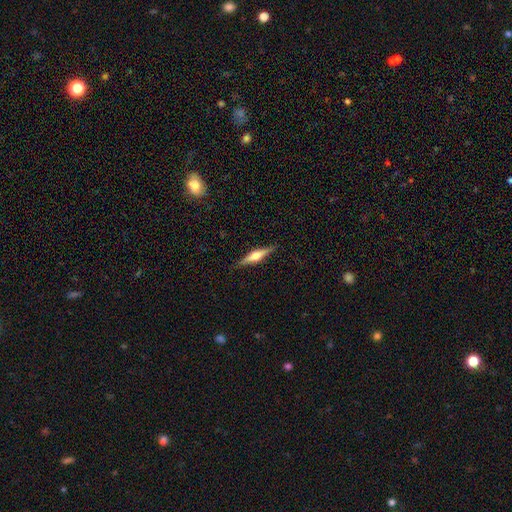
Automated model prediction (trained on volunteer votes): A featured or disk galaxy (68%) viewed edge-on (97%) with a rounded central bulge (90%).

Vote fractions:
- Smooth or featured? featured or disk: 68% / smooth: 26% / star or artifact: 6%
- Edge-on disk? yes: 97% / no: 3%
- Edge-on bulge? rounded: 90% / boxy: 7% / none: 3%
- Merging? none: 89% / minor disturbance: 8% / major disturbance: 2% / merger: 1%